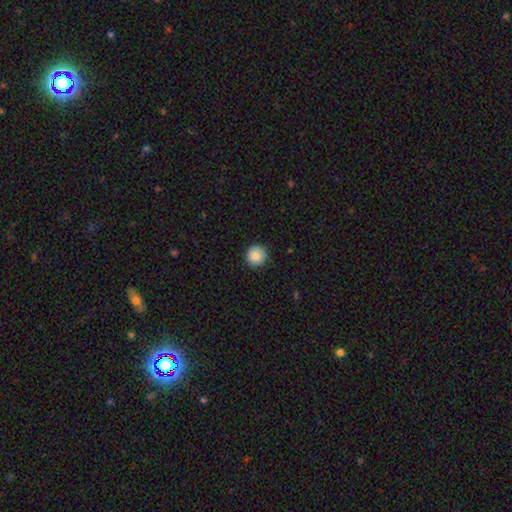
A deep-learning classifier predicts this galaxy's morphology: This is clearly a smooth galaxy (85%). How rounded: clearly round (96%). Merging: clearly none (92%).